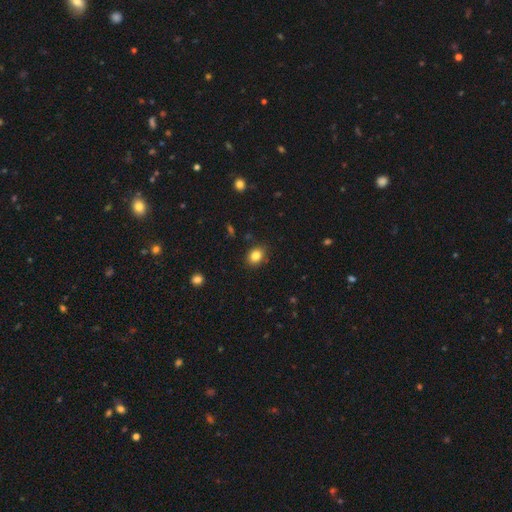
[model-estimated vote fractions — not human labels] Smooth or featured?
  - smooth: 85% *
  - star or artifact: 10%
  - featured or disk: 5%
How rounded?
  - round: 51% *
  - in between: 49%
  - cigar-shaped: 1%
Merging?
  - none: 87% *
  - minor disturbance: 10%
  - major disturbance: 2%
  - merger: 1%